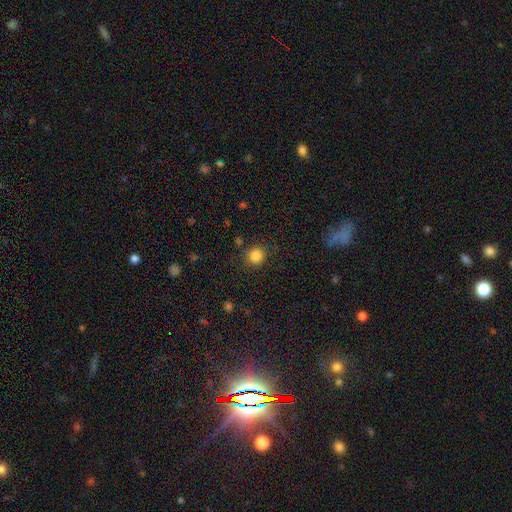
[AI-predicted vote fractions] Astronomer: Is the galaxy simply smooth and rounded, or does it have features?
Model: smooth — 84%.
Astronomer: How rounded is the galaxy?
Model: round — 91%.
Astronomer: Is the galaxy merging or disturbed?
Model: none — 86%.